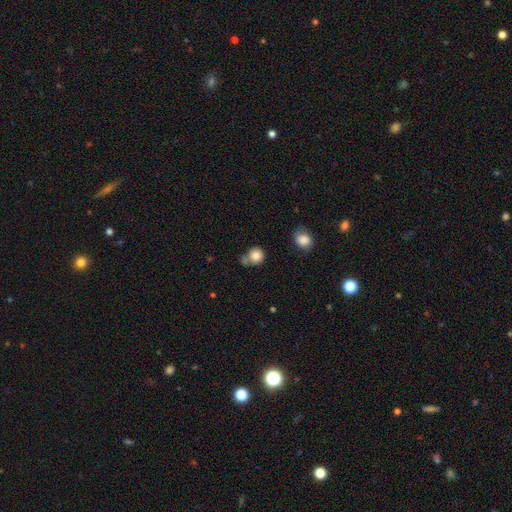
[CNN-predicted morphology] Smooth or featured? Predicted: smooth (p=0.83). How rounded? Predicted: round (p=0.85). Merging? Predicted: none (p=0.53).